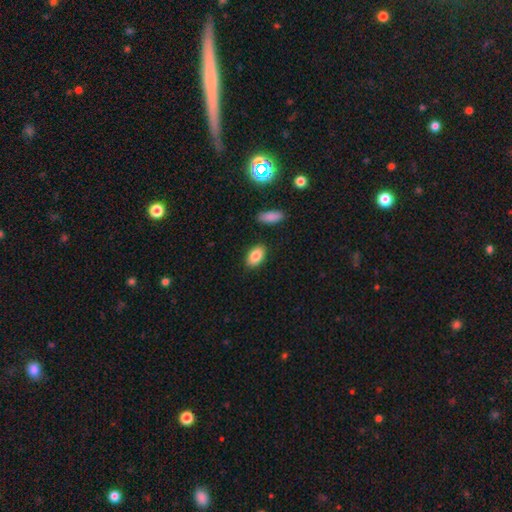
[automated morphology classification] smooth 86%, featured or disk 7%, star or artifact 7%. Down the decision tree: how rounded — in between (92%); merging — none (87%).